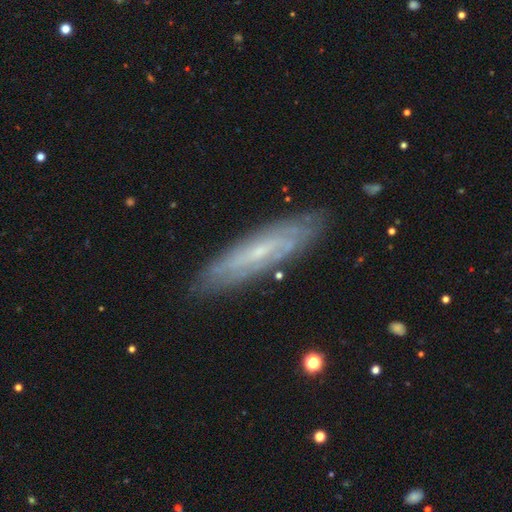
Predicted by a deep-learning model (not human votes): Overall: featured or disk (66%; smooth 27%). Edge-on disk: no (57%; yes 43%). Merging: none (85%).